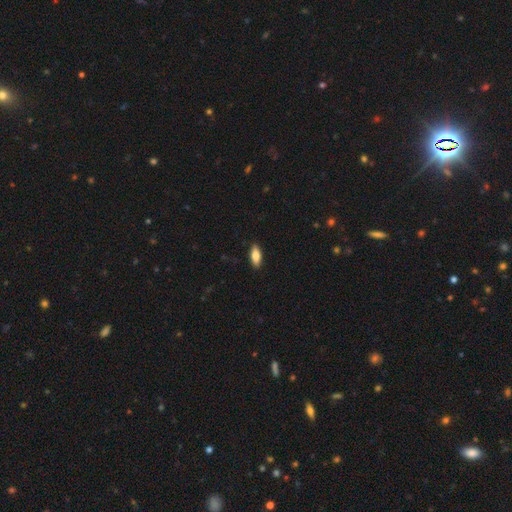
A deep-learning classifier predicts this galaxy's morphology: A smooth galaxy with no disk features (77%) that is in between round and cigar-shaped (75%).

Vote fractions:
- Smooth or featured? smooth: 77% / featured or disk: 17% / star or artifact: 6%
- How rounded? in between: 75% / cigar-shaped: 22% / round: 2%
- Merging? none: 90% / minor disturbance: 8% / major disturbance: 2% / merger: 1%